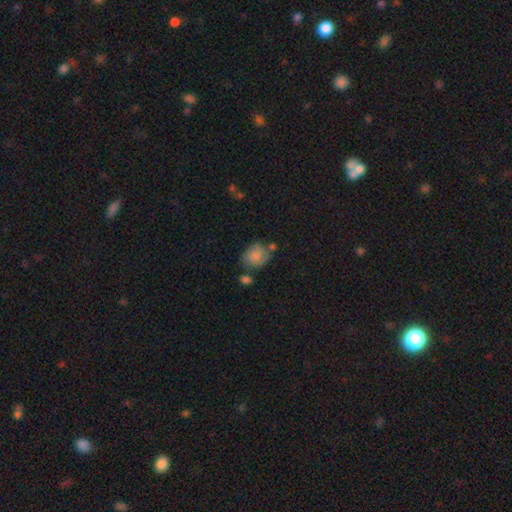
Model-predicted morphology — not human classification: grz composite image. It shows a smooth galaxy with no disk features (71%) that is round (59%). Merging: none (54%).